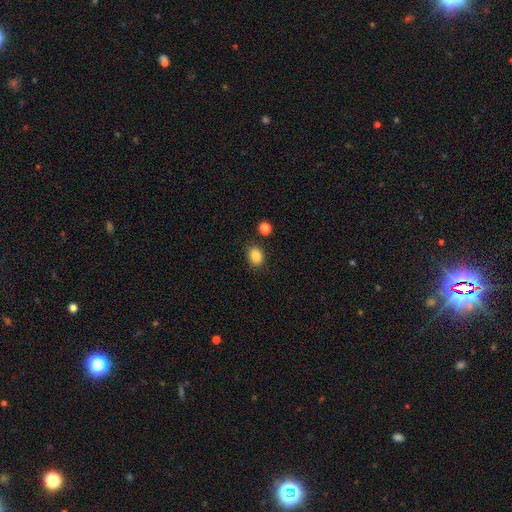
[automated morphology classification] This appears to be a smooth galaxy with no disk features (86%) that is in between round and cigar-shaped (59%). Merging: none (84%).